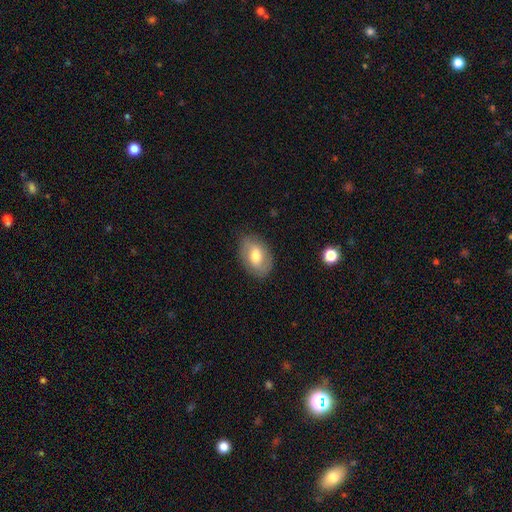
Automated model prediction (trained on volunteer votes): This appears to be a smooth galaxy with no disk features (62%) that is in between round and cigar-shaped (85%). Merging: none (81%).